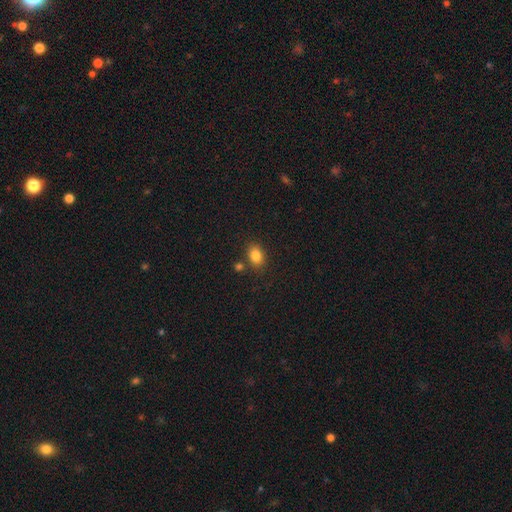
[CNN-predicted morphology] smooth-or-featured: smooth: 84% | star or artifact: 10% | featured or disk: 6%
  how-rounded: in between: 68% | round: 31% | cigar-shaped: 1%
  merging: none: 78% | minor disturbance: 11% | merger: 8% | major disturbance: 3%